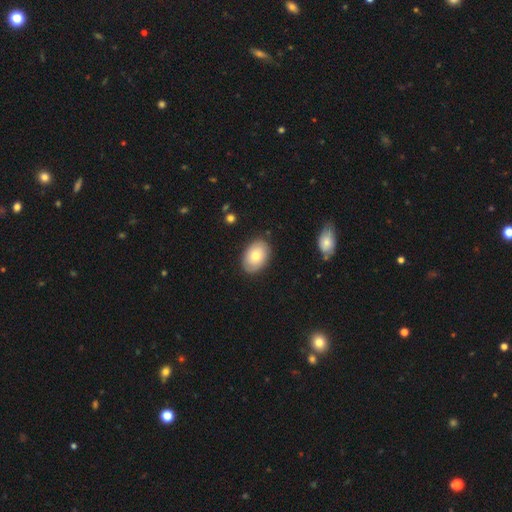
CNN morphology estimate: A smooth galaxy with no disk features (74%) that is in between round and cigar-shaped (85%).

Vote fractions:
- Smooth or featured? smooth: 74% / featured or disk: 20% / star or artifact: 7%
- How rounded? in between: 85% / round: 14% / cigar-shaped: 1%
- Merging? none: 85% / minor disturbance: 11% / major disturbance: 2% / merger: 1%